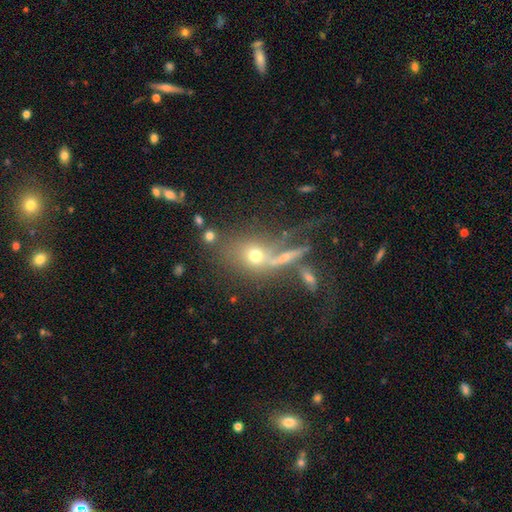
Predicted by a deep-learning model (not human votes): A smooth galaxy with no disk features (59%) that is round (56%). Merging: none (39%).